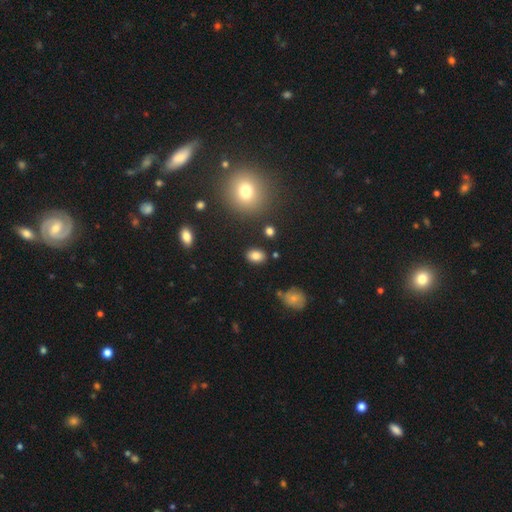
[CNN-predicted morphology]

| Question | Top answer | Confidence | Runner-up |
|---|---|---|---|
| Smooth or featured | smooth | 82% | star or artifact (11%) |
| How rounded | in between | 78% | round (21%) |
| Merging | none | 85% | minor disturbance (10%) |